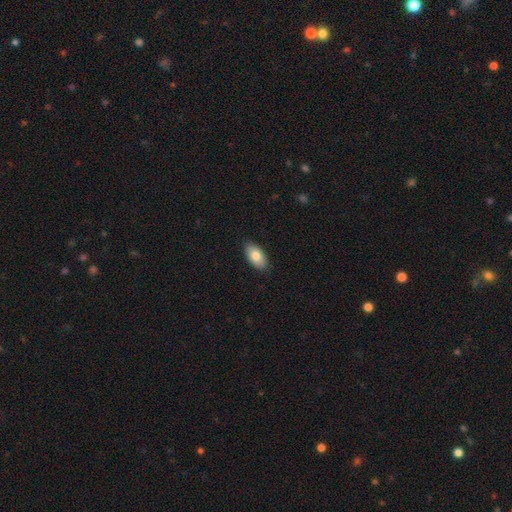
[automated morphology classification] type=smooth (80%); roundness=in between (94%); merging=none (87%).